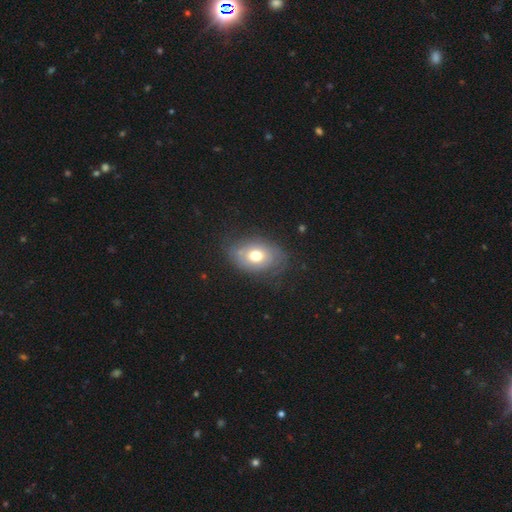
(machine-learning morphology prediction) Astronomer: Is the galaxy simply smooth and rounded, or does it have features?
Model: smooth — 54% (runner-up: featured or disk, 37%).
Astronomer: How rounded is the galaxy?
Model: in between — 76%.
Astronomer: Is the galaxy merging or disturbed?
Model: none — 67%.